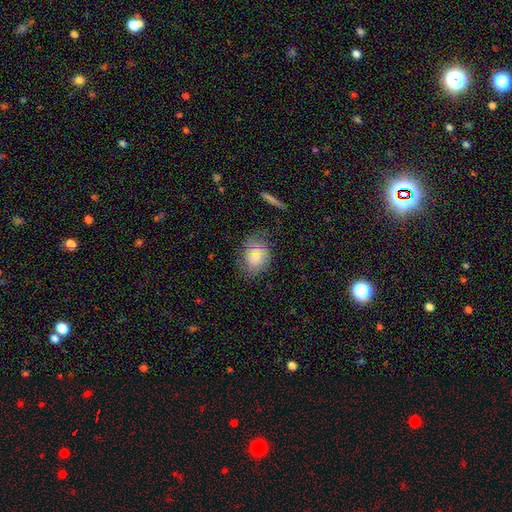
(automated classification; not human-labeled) Smooth or featured?
  - smooth: 70% *
  - featured or disk: 17%
  - star or artifact: 14%
How rounded?
  - in between: 52% *
  - round: 46%
  - cigar-shaped: 2%
Merging?
  - none: 71% *
  - minor disturbance: 19%
  - major disturbance: 7%
  - merger: 2%